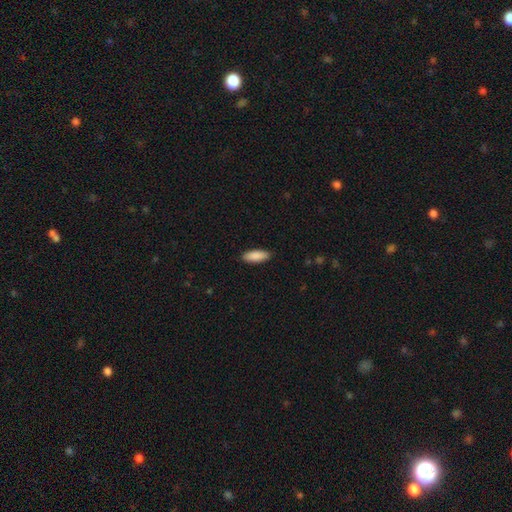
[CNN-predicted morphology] This is clearly a smooth galaxy (89%). How rounded: likely in between (63%). Merging: clearly none (89%).